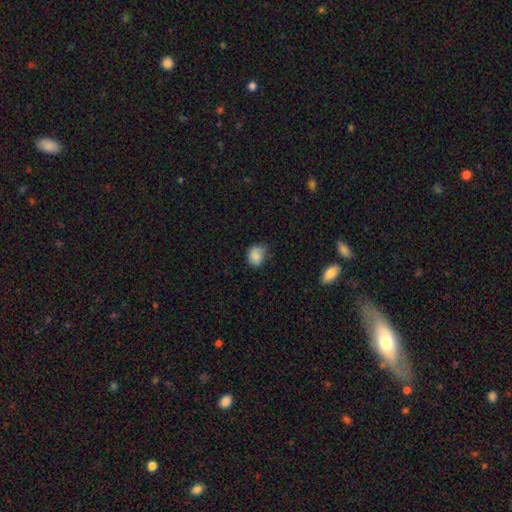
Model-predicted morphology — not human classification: The model was most divided on "how rounded": in between: 50%, round: 49%, cigar-shaped: 1%. More confident: smooth or featured — smooth (80%); merging — none (52%).